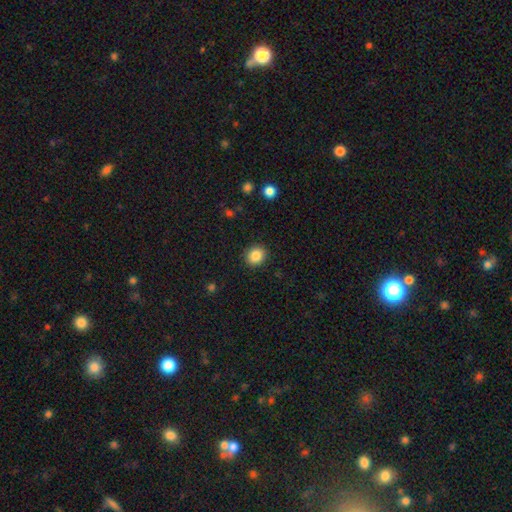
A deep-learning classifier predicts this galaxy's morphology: smooth-or-featured: smooth: 86% | star or artifact: 10% | featured or disk: 5%
  how-rounded: round: 82% | in between: 18% | cigar-shaped: 1%
  merging: none: 91% | minor disturbance: 6% | major disturbance: 2% | merger: 1%